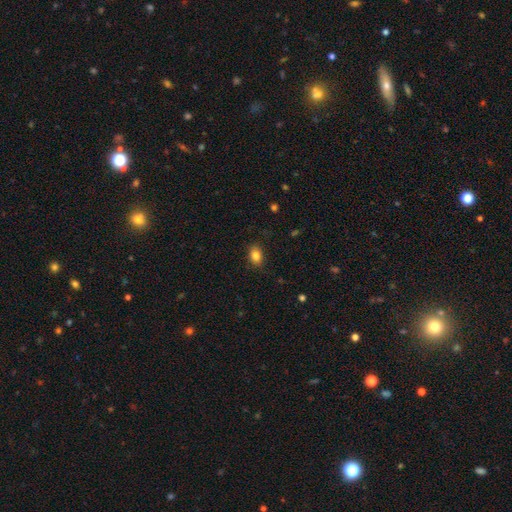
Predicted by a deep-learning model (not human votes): Smooth or featured? smooth (84%)
How rounded? in between (75%)
Merging? none (85%)